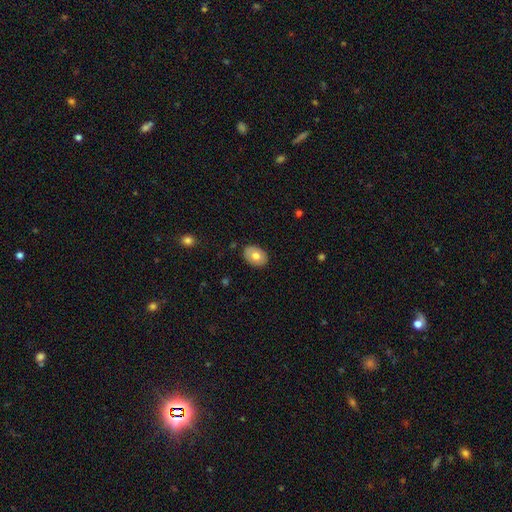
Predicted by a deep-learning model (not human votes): Smooth or featured? smooth (73%)
How rounded? in between (78%)
Merging? none (86%)